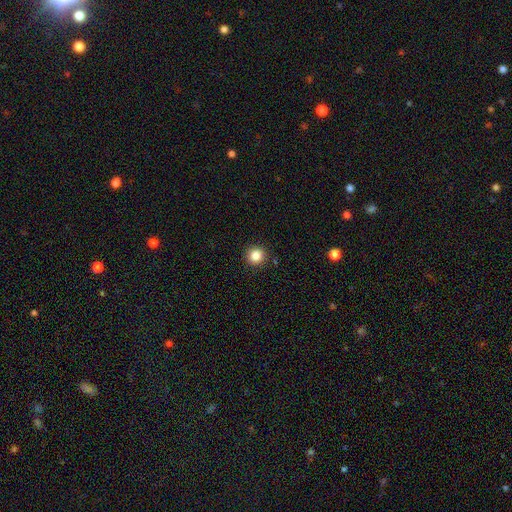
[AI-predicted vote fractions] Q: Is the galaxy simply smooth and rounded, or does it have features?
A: smooth — 85%.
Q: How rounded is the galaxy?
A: round — 93%.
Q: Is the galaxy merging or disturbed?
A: none — 91%.